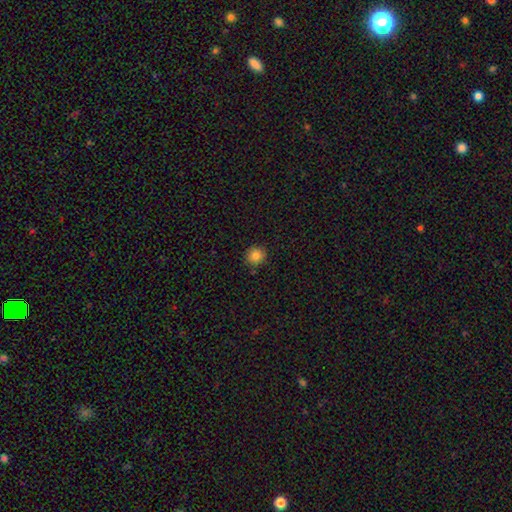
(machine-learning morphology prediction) Smooth or featured? smooth (84%)
How rounded? round (93%)
Merging? none (89%)